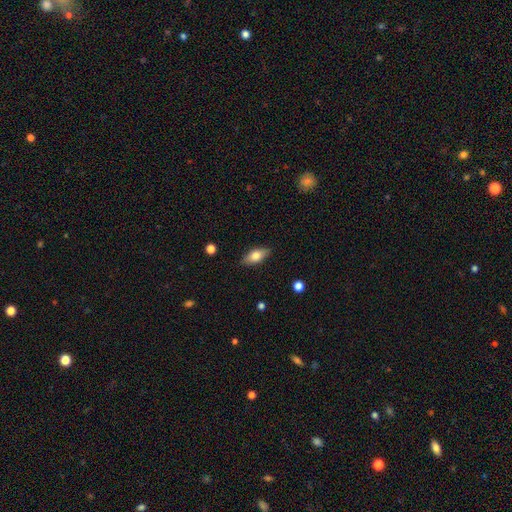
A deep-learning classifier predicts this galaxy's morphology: A smooth galaxy with no disk features (73%) that is in between round and cigar-shaped (85%). Merging: none (86%).